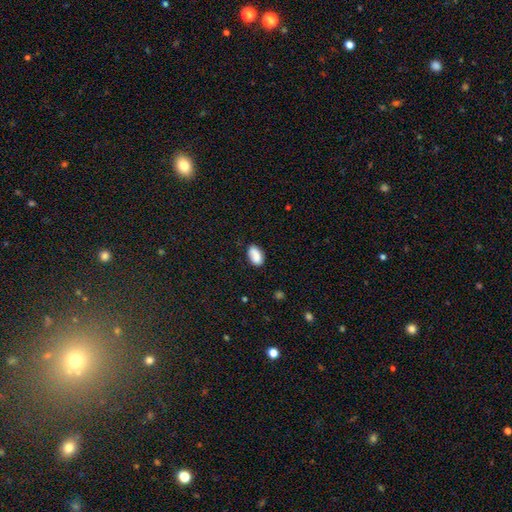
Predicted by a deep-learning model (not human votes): A smooth galaxy with no disk features (83%) that is in between round and cigar-shaped (93%). Merging: none (74%).